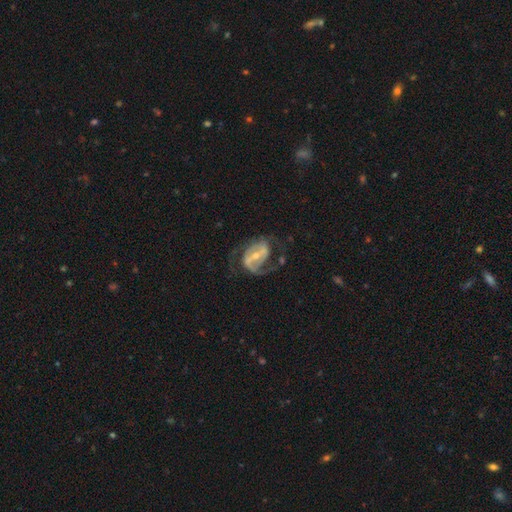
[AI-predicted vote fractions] A featured or disk galaxy (85%) with a strong bar (46%), 2 (74%) medium (49%) spiral arms (90%) and a small central bulge (48%). Merging: none (53%).